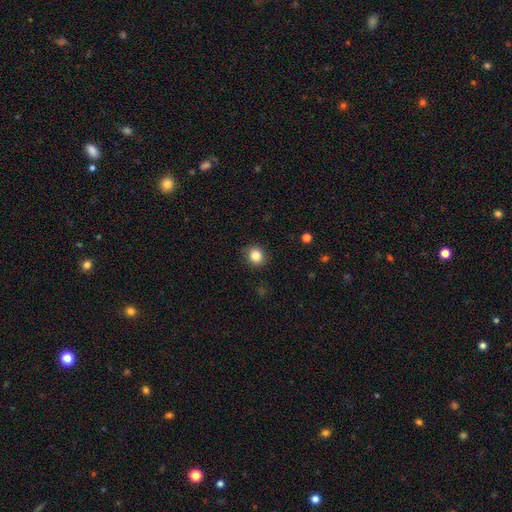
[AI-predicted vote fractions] smooth 84%, star or artifact 11%, featured or disk 6%. Down the decision tree: how rounded — round (80%); merging — none (88%).